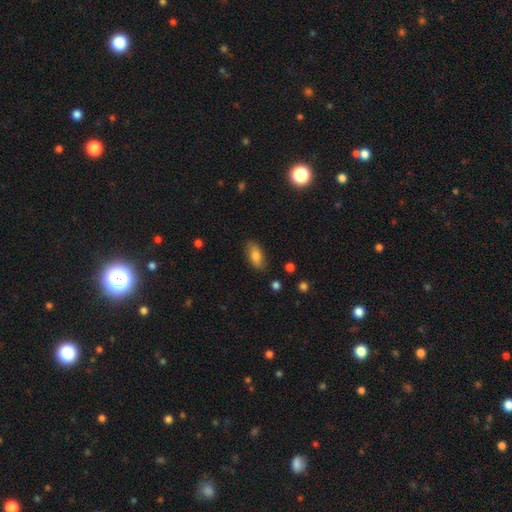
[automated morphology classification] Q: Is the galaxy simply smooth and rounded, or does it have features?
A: smooth — 81%.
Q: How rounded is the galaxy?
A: in between — 88%.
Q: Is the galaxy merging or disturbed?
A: none — 82%.